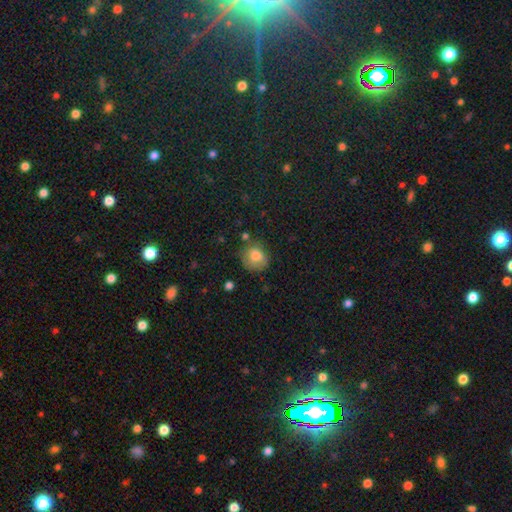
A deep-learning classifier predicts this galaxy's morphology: This appears to be a smooth galaxy with no disk features (80%) that is round (76%). Merging: none (61%).